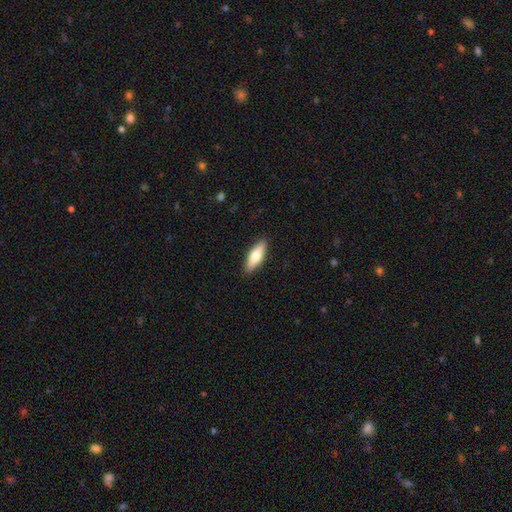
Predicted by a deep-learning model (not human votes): smooth 70%, featured or disk 25%, star or artifact 6%. Down the decision tree: how rounded — in between (57%); merging — none (89%).